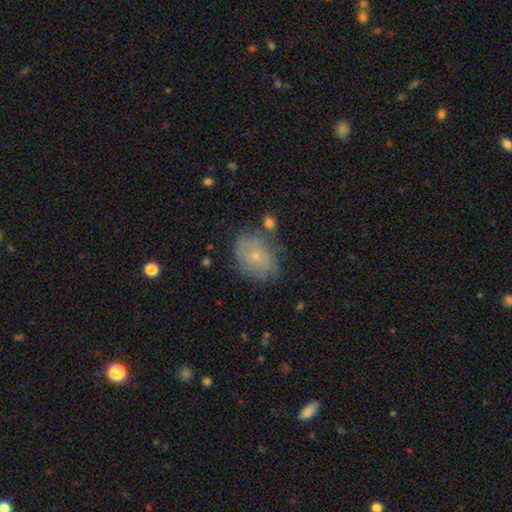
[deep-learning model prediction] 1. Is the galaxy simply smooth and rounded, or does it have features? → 49% featured or disk, 41% smooth, 10% star or artifact.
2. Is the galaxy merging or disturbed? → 65% none, 23% minor disturbance, 8% major disturbance, 4% merger.